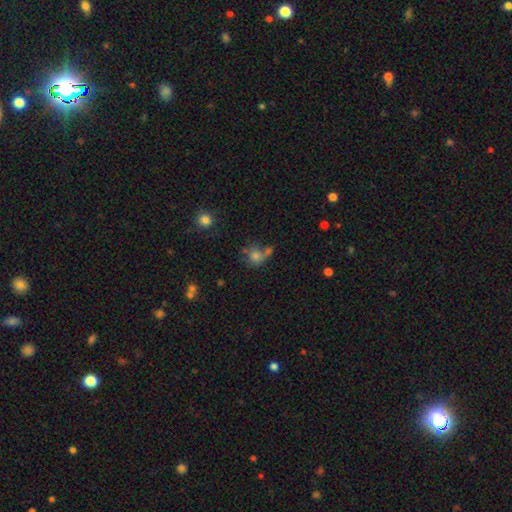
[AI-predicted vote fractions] Smooth or featured: smooth — 72% (star or artifact — 15%)
How rounded: round — 77% (in between — 22%)
Merging: none — 46% (merger — 30%)